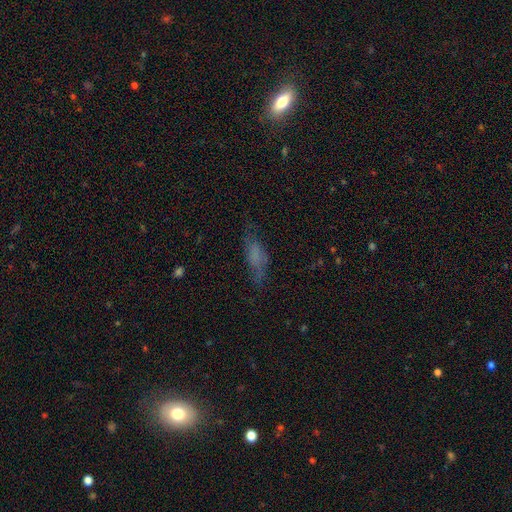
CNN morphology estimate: Overall: smooth (52%; featured or disk 34%). How rounded: in between (53%; cigar-shaped 44%). Merging: none (56%; minor disturbance 25%).